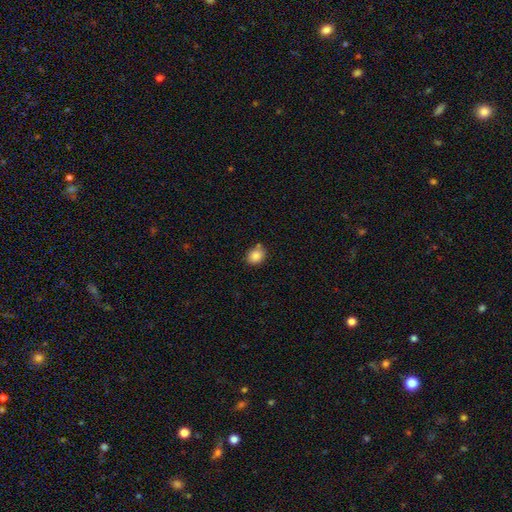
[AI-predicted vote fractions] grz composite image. It shows a smooth galaxy with no disk features (85%) that is round (55%). Merging: none (75%).